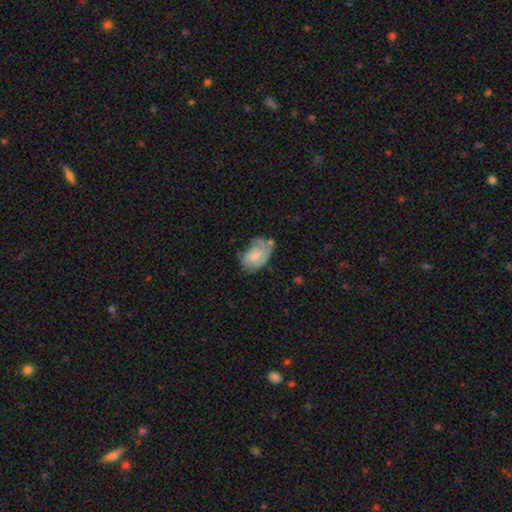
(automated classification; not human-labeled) Smooth or featured?
  - featured or disk: 58% *
  - smooth: 35%
  - star or artifact: 7%
Edge-on disk?
  - no: 96% *
  - yes: 4%
Bar?
  - no: 67% *
  - weak: 29%
  - strong: 4%
Spiral arms?
  - yes: 79% *
  - no: 21%
Bulge size?
  - small: 51% *
  - moderate: 40%
  - none: 5%
  - large: 2%
  - dominant: 1%
Merging?
  - none: 46% *
  - minor disturbance: 32%
  - major disturbance: 15%
  - merger: 7%